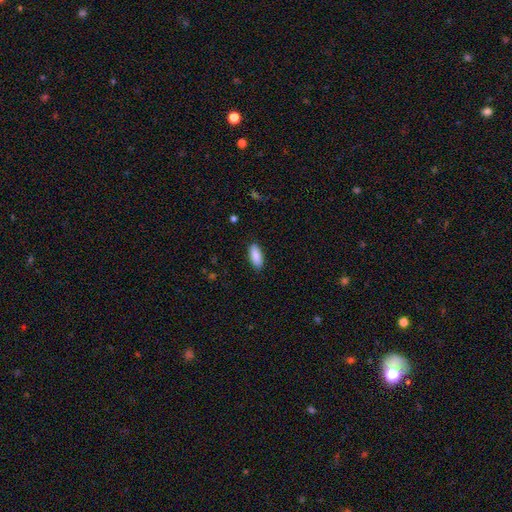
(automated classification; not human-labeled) Overall: smooth (88%). How rounded: in between (81%). Merging: none (88%).